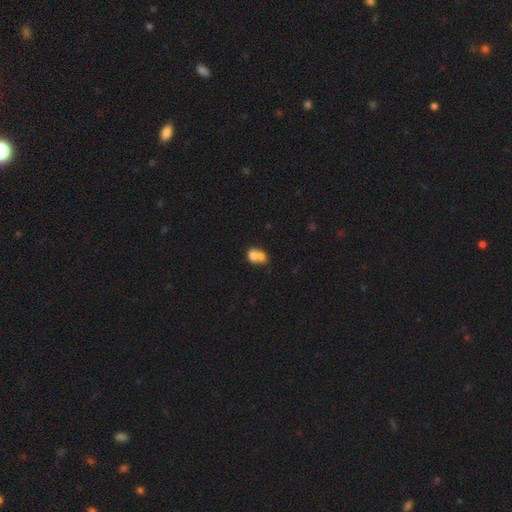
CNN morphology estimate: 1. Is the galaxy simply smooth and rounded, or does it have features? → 71% smooth, 20% featured or disk, 9% star or artifact.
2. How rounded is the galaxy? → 51% round, 48% in between, 1% cigar-shaped.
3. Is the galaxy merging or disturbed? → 70% merger, 20% none, 6% minor disturbance, 3% major disturbance.